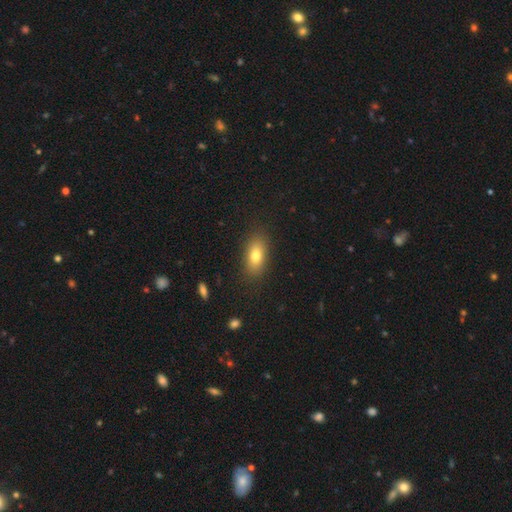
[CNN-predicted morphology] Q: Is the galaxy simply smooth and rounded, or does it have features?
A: smooth — 77%.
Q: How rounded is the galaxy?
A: in between — 83%.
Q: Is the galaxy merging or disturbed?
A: none — 86%.